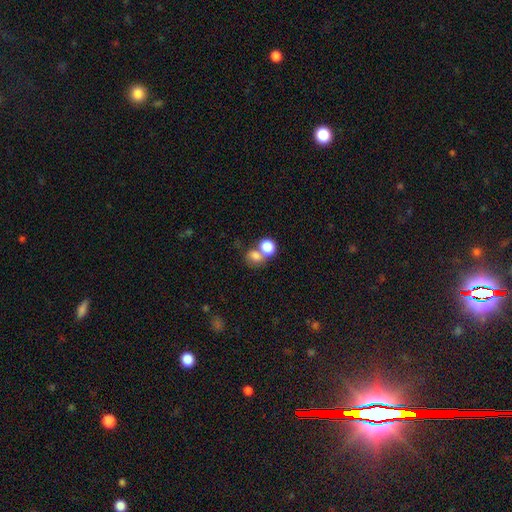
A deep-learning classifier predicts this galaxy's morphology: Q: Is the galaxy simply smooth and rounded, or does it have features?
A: smooth — 78%.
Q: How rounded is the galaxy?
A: round — 55%.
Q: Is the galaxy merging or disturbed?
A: merger — 53%.